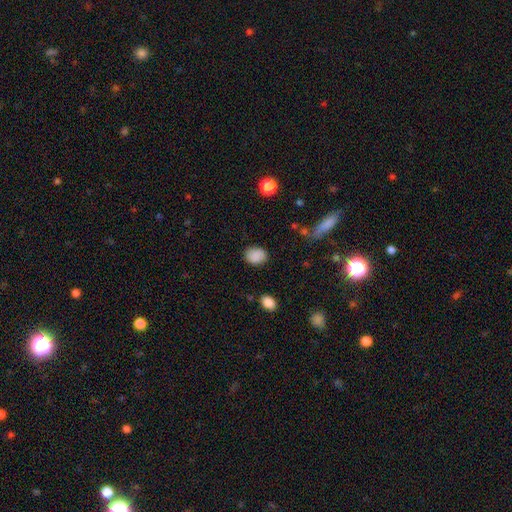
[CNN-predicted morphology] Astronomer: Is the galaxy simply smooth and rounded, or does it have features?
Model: smooth — 86%.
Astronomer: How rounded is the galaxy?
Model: in between — 59% (runner-up: round, 40%).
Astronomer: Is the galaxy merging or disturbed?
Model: none — 81%.